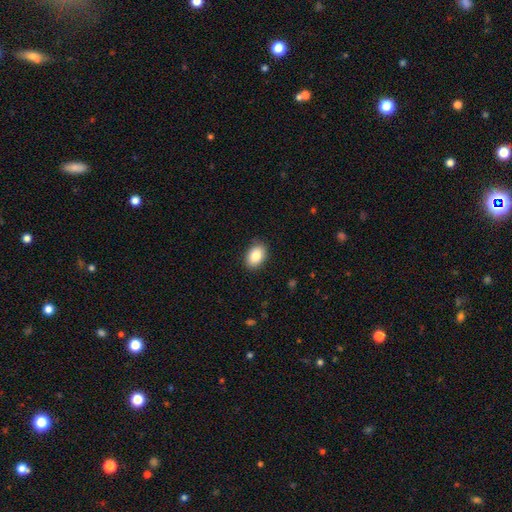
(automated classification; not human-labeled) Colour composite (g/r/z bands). It shows a smooth galaxy with no disk features (87%) that is in between round and cigar-shaped (86%). Merging: none (88%).